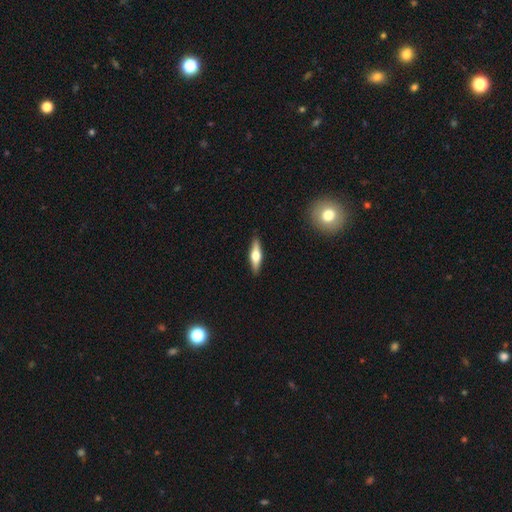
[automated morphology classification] Smooth or featured? featured or disk (52%)
Edge-on disk? yes (93%)
Merging? none (90%)